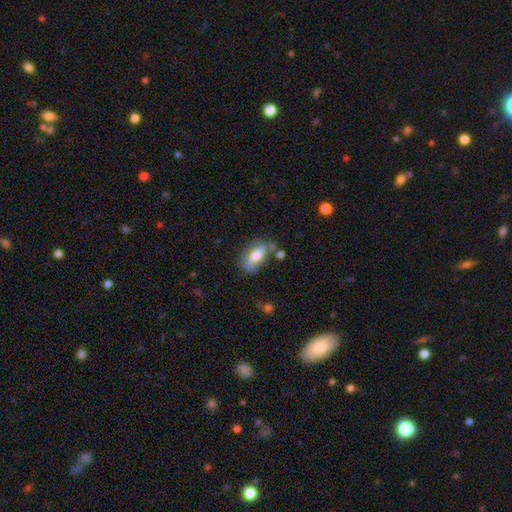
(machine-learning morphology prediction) smooth 59%, featured or disk 34%, star or artifact 7%. Down the decision tree: how rounded — in between (84%); merging — none (59%).